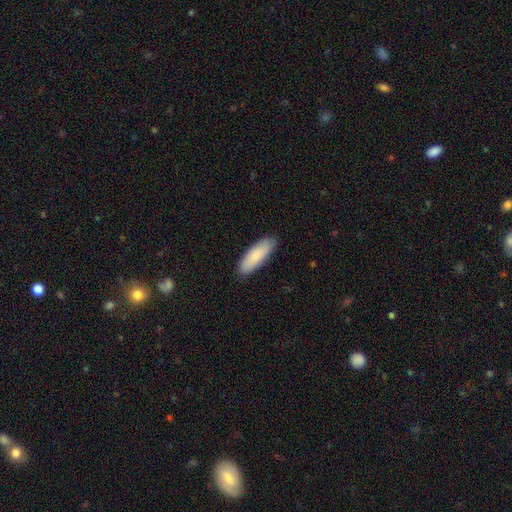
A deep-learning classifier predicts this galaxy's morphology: Smooth or featured: smooth — 85% (featured or disk — 10%)
How rounded: in between — 58% (cigar-shaped — 40%)
Merging: none — 88% (minor disturbance — 10%)